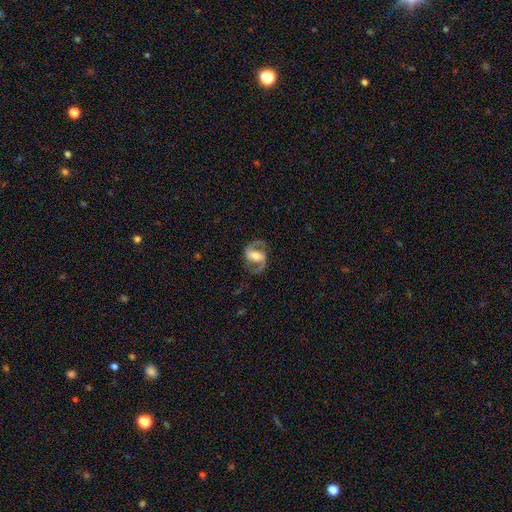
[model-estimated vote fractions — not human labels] Smooth or featured? Predicted: featured or disk (p=0.84). Edge-on disk? Predicted: no (p=0.97). Bar? Predicted: strong (p=0.44). Spiral arms? Predicted: yes (p=0.93). Spiral winding? Predicted: medium (p=0.57). Spiral arm count? Predicted: 2 (p=0.92). Bulge size? Predicted: moderate (p=0.61). Merging? Predicted: none (p=0.76).